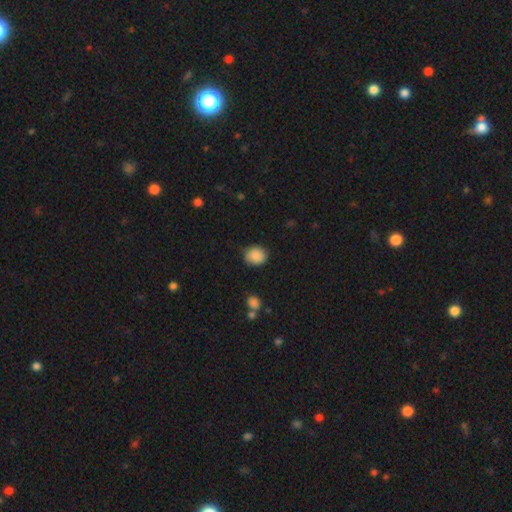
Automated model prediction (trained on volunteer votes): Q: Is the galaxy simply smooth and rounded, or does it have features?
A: smooth — 88%.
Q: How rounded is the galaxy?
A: round — 76%.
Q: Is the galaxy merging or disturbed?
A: none — 82%.